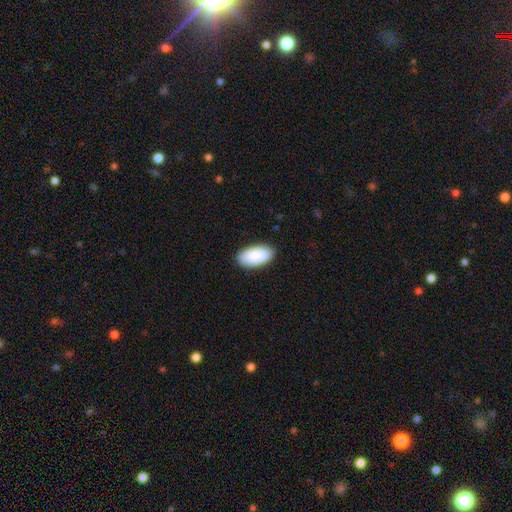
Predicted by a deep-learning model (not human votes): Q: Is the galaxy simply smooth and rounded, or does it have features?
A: smooth — 90%.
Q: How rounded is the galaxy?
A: in between — 96%.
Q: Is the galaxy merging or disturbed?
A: none — 88%.